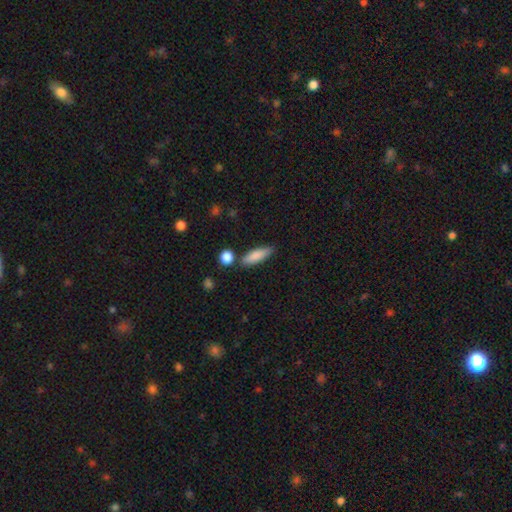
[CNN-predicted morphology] The model was most divided on "how rounded": in between: 50%, cigar-shaped: 47%, round: 3%. More confident: smooth or featured — smooth (84%); merging — none (76%).